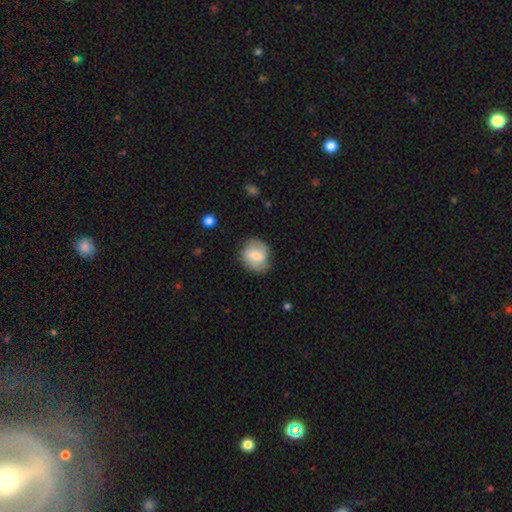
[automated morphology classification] This is possibly a featured or disk galaxy (49%). Merging: likely none (76%).